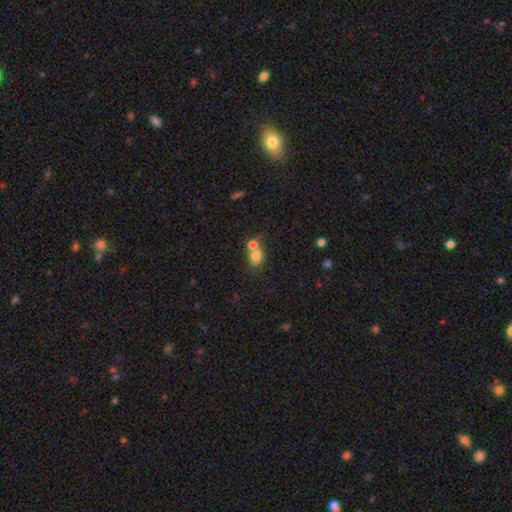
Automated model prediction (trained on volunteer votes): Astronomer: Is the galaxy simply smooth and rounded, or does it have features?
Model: smooth — 76%.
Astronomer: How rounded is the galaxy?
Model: round — 67%.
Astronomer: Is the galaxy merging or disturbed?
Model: merger — 55% (runner-up: none, 35%).